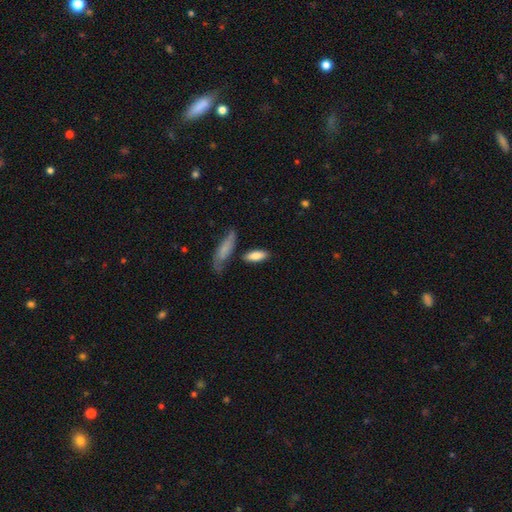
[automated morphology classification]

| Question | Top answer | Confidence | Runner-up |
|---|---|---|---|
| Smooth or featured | smooth | 82% | featured or disk (12%) |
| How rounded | in between | 73% | cigar-shaped (25%) |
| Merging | none | 73% | minor disturbance (15%) |